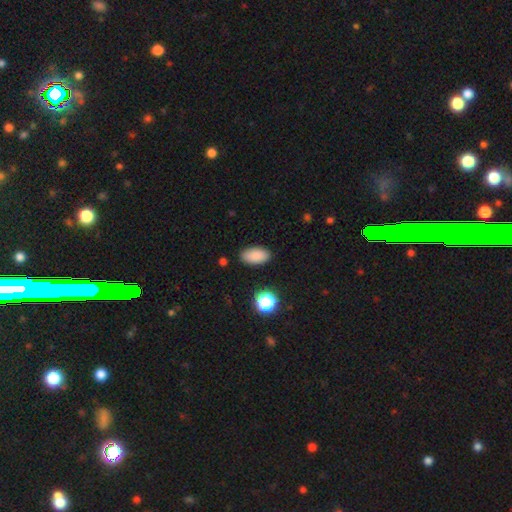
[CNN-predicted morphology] A smooth galaxy with no disk features (87%) that is in between round and cigar-shaped (93%).

Vote fractions:
- Smooth or featured? smooth: 87% / star or artifact: 9% / featured or disk: 4%
- How rounded? in between: 93% / round: 4% / cigar-shaped: 3%
- Merging? none: 87% / minor disturbance: 9% / major disturbance: 2% / merger: 2%